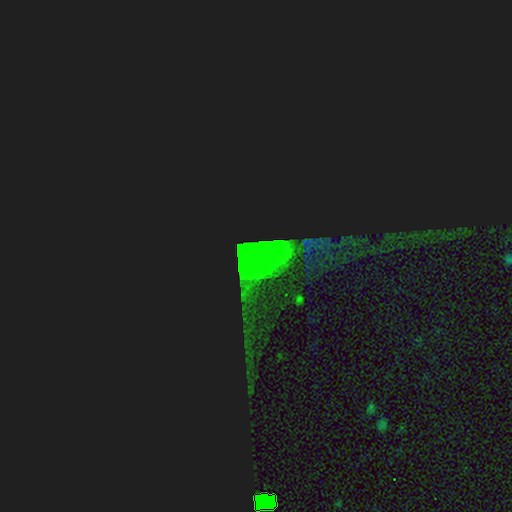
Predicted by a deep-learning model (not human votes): A star or artifact, not a galaxy (77%).